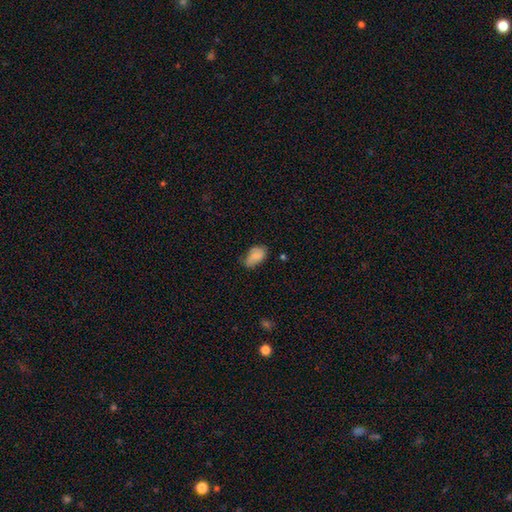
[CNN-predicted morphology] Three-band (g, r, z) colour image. It shows a smooth galaxy with no disk features (77%) that is in between round and cigar-shaped (91%). Merging: none (55%).